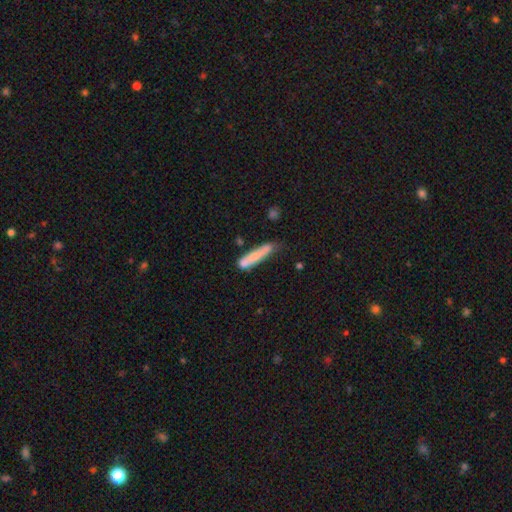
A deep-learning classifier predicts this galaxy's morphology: The model was most divided on "merging": none: 49%, minor disturbance: 26%, merger: 16%, major disturbance: 9%. More confident: how rounded — cigar-shaped (84%); smooth or featured — smooth (67%).